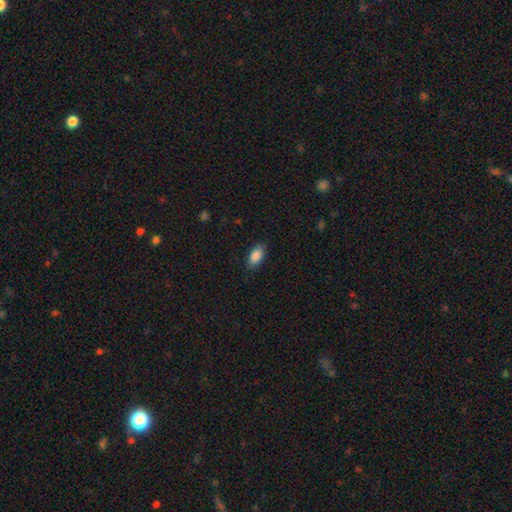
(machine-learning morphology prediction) smooth_or_featured: smooth (p=0.87) [alt: star or artifact p=0.07]
how_rounded: in between (p=0.90) [alt: cigar-shaped p=0.05]
merging: none (p=0.84) [alt: minor disturbance p=0.12]